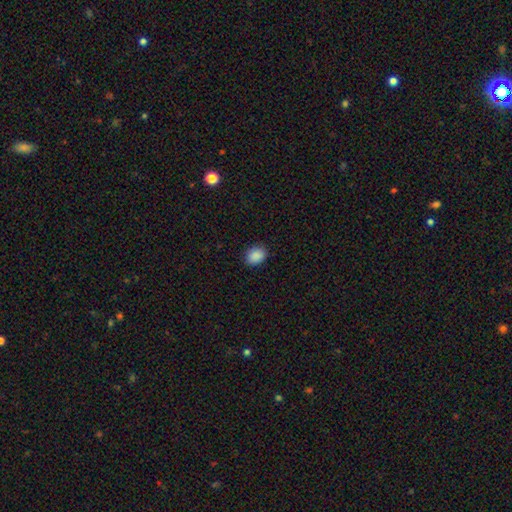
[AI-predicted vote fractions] smooth 89%, star or artifact 8%, featured or disk 3%. Down the decision tree: how rounded — in between (60%); merging — none (86%).